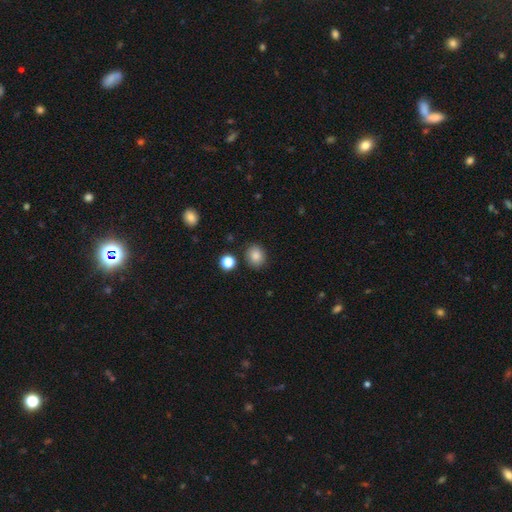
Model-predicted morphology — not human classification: The model was most divided on "how rounded": round: 67%, in between: 32%, cigar-shaped: 1%. More confident: merging — none (85%); smooth or featured — smooth (85%).